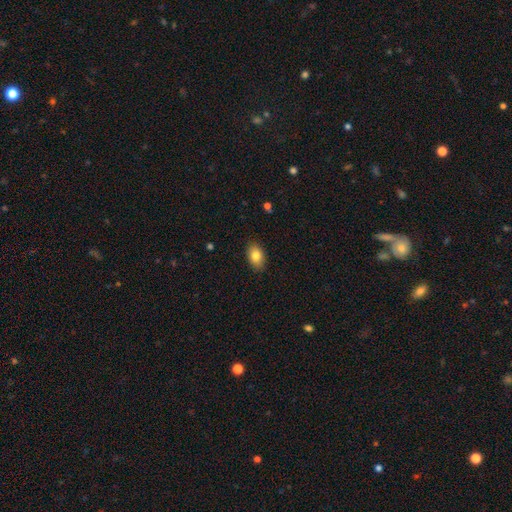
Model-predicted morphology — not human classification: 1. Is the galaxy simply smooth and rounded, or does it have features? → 84% smooth, 8% featured or disk, 8% star or artifact.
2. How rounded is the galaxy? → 87% in between, 11% round, 1% cigar-shaped.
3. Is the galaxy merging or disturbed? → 88% none, 9% minor disturbance, 2% major disturbance, 1% merger.